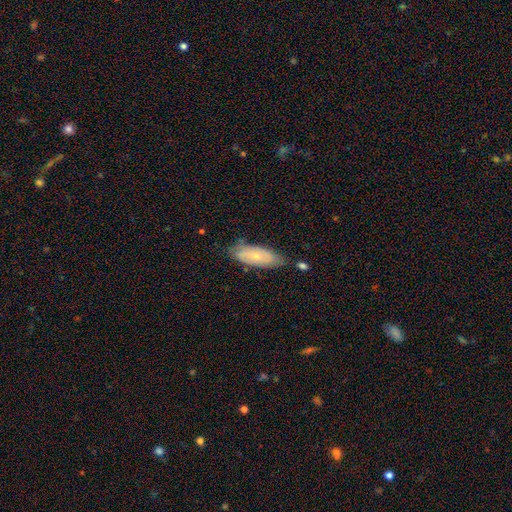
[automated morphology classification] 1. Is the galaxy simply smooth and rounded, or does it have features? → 59% smooth, 34% featured or disk, 7% star or artifact.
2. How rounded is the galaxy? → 72% in between, 26% cigar-shaped, 2% round.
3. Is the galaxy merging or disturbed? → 68% none, 24% minor disturbance, 5% major disturbance, 4% merger.